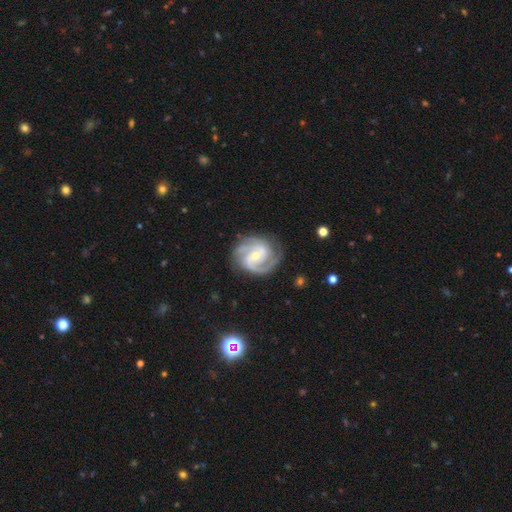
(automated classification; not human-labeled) smooth_or_featured: featured or disk (p=0.91) [alt: smooth p=0.05]
disk_edge_on: no (p=0.98) [alt: yes p=0.02]
bar: weak (p=0.44) [alt: no p=0.40]
has_spiral_arms: yes (p=0.98) [alt: no p=0.02]
spiral_winding: tight (p=0.51) [alt: medium p=0.43]
spiral_arm_count: 2 (p=0.48) [alt: 3 p=0.35]
bulge_size: small (p=0.50) [alt: moderate p=0.46]
merging: none (p=0.81) [alt: minor disturbance p=0.13]